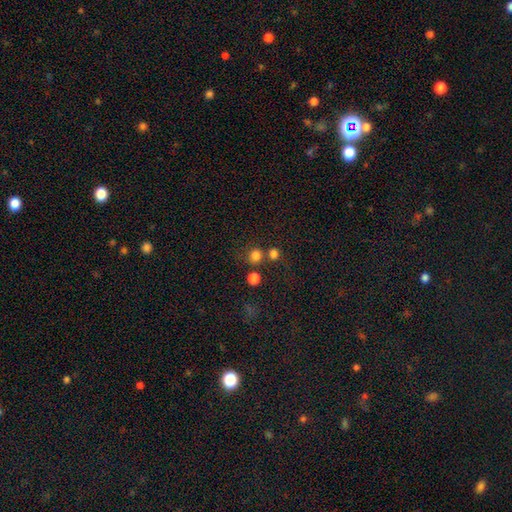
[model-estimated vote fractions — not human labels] smooth-or-featured: smooth: 79% | star or artifact: 16% | featured or disk: 6%
  how-rounded: round: 89% | in between: 10% | cigar-shaped: 1%
  merging: none: 68% | merger: 20% | minor disturbance: 8% | major disturbance: 4%